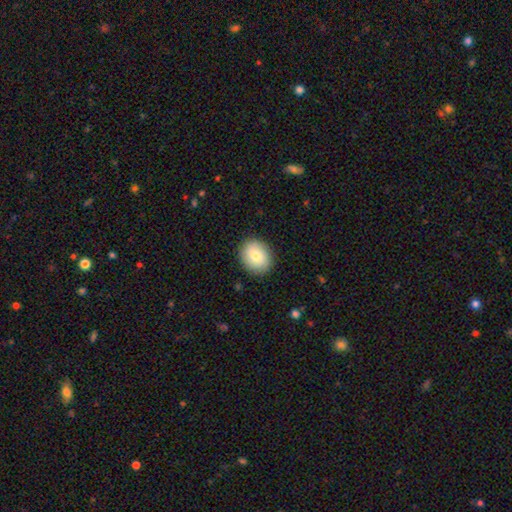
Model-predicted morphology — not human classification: type=smooth (78%); roundness=round (59%); merging=none (88%).